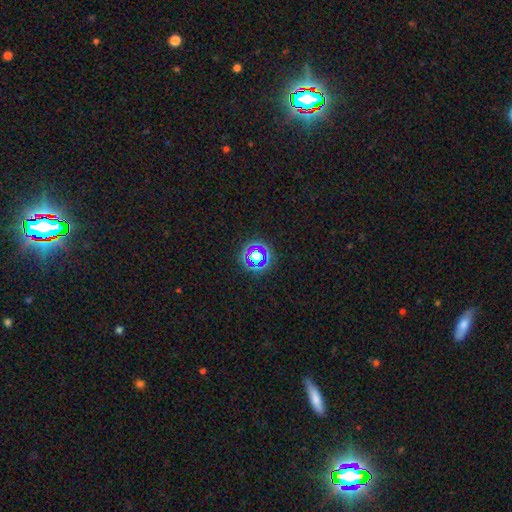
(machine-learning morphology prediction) smooth_or_featured: star or artifact (p=0.56) [alt: smooth p=0.30]